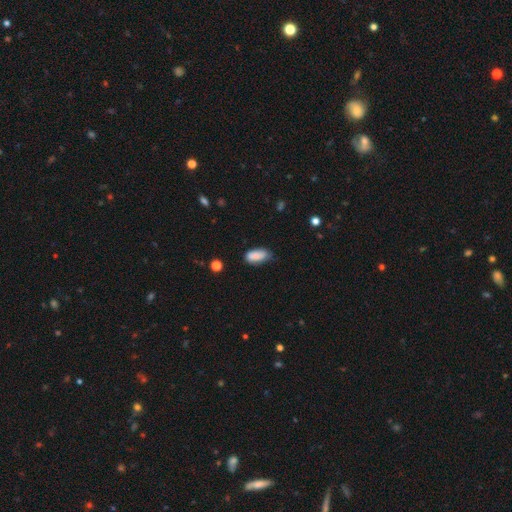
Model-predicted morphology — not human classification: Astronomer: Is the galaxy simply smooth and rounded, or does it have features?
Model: smooth — 86%.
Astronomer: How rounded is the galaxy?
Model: in between — 89%.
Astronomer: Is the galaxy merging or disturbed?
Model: none — 63%.